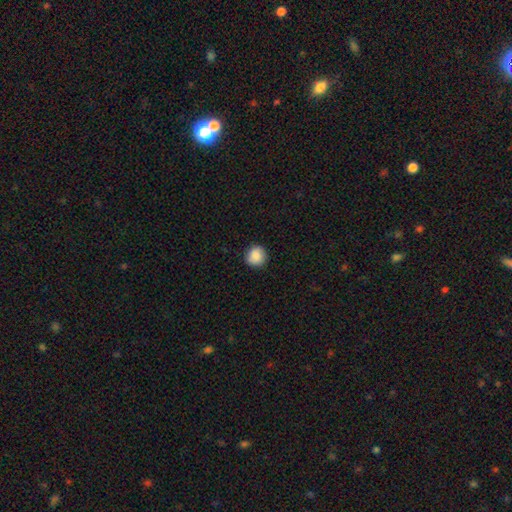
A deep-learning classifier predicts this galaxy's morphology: Smooth or featured? Predicted: smooth (p=0.87). How rounded? Predicted: round (p=0.91). Merging? Predicted: none (p=0.89).